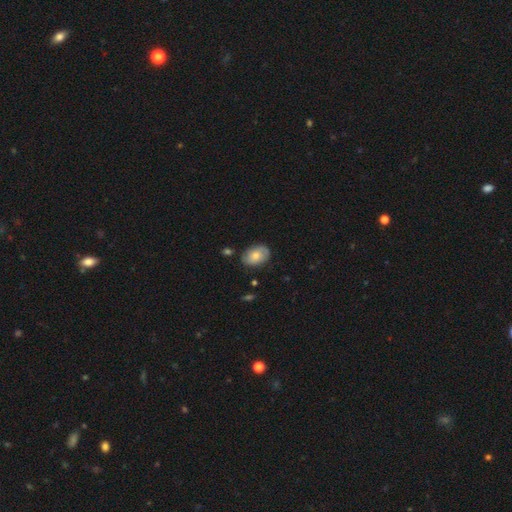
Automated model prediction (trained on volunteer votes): smooth_or_featured: smooth (p=0.58) [alt: featured or disk p=0.34]
how_rounded: in between (p=0.79) [alt: round p=0.19]
merging: none (p=0.76) [alt: minor disturbance p=0.18]